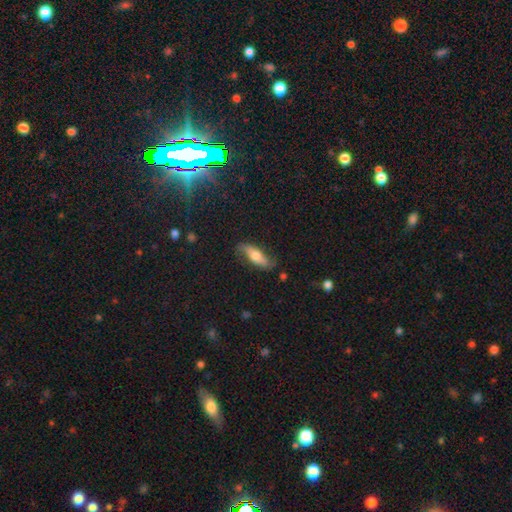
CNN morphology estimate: type=smooth (48%); merging=none (73%).